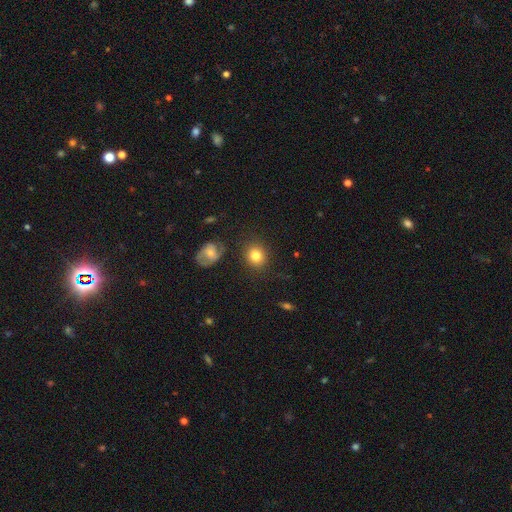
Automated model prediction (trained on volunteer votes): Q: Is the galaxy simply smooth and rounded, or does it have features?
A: smooth — 81%.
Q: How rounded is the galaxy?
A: round — 74%.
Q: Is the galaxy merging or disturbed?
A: none — 83%.